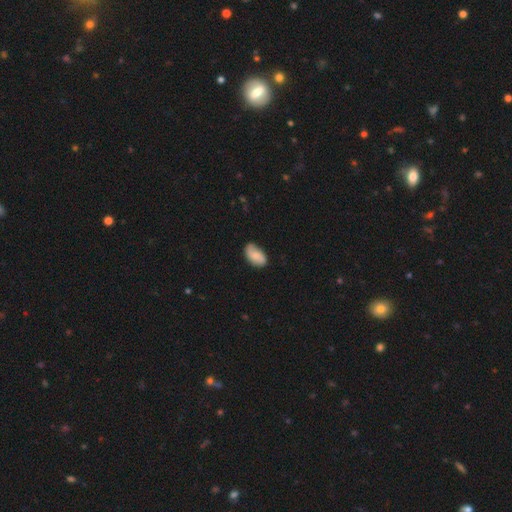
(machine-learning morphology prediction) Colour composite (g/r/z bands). It shows a smooth galaxy with no disk features (70%) that is in between round and cigar-shaped (93%). Merging: none (72%).